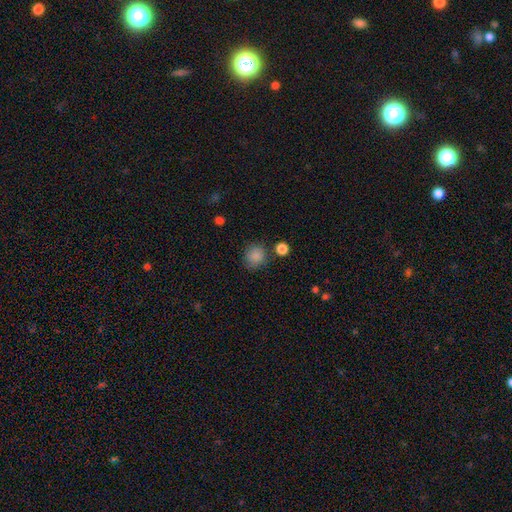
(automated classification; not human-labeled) The model was most divided on "merging": none: 81%, minor disturbance: 11%, merger: 5%, major disturbance: 4%. More confident: how rounded — round (88%); smooth or featured — smooth (86%).